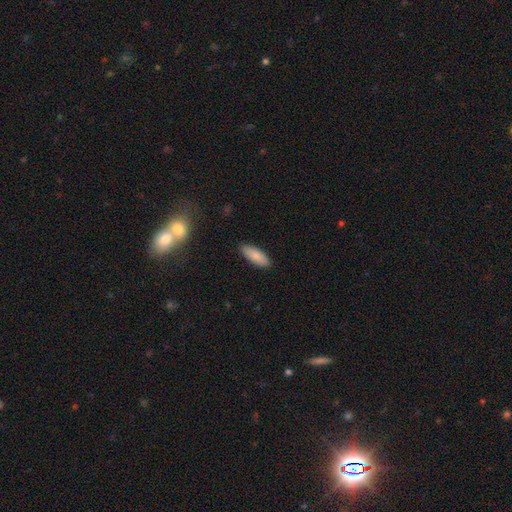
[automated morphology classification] smooth 85%, featured or disk 9%, star or artifact 6%. Down the decision tree: how rounded — in between (72%); merging — none (88%).